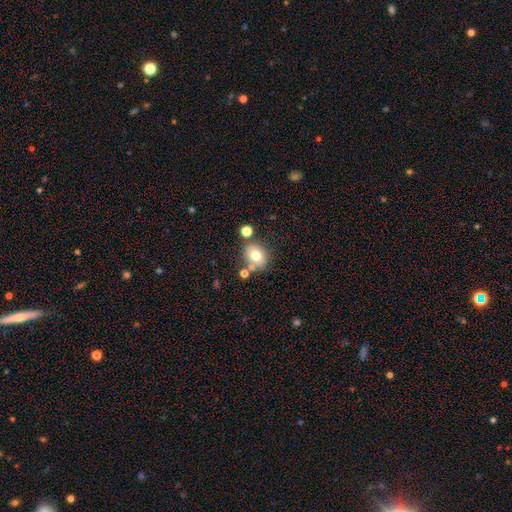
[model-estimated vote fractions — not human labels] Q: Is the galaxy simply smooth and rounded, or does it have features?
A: smooth — 72%.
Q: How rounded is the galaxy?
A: round — 60%.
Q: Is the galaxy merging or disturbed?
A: none — 68%.